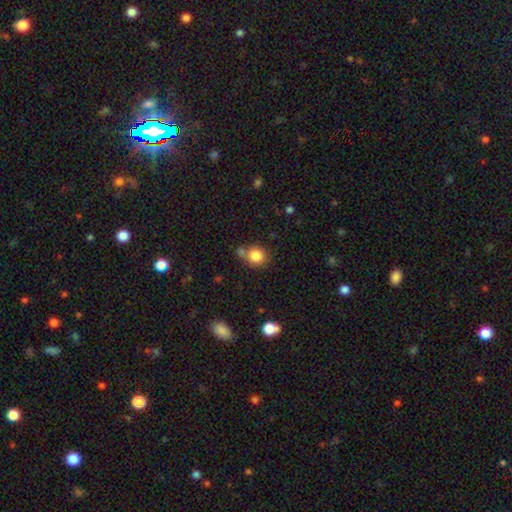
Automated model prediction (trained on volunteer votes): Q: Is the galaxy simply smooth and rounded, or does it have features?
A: smooth — 83%.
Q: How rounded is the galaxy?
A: round — 85%.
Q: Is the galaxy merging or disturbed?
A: none — 60%.